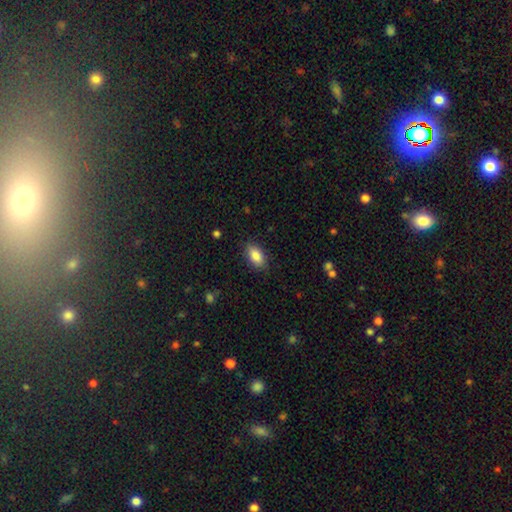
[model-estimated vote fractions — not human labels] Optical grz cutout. It shows a smooth galaxy with no disk features (87%) that is in between round and cigar-shaped (92%). Merging: none (84%).